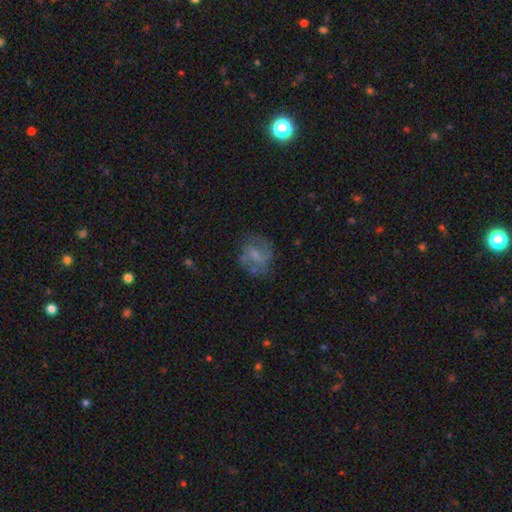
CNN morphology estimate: Smooth or featured?
  - featured or disk: 57% *
  - smooth: 35%
  - star or artifact: 9%
Edge-on disk?
  - no: 98% *
  - yes: 2%
Bar?
  - no: 52% *
  - weak: 40%
  - strong: 8%
Spiral arms?
  - yes: 73% *
  - no: 27%
Bulge size?
  - small: 49% *
  - moderate: 29%
  - none: 19%
  - large: 2%
  - dominant: 1%
Merging?
  - none: 62% *
  - minor disturbance: 21%
  - major disturbance: 14%
  - merger: 3%